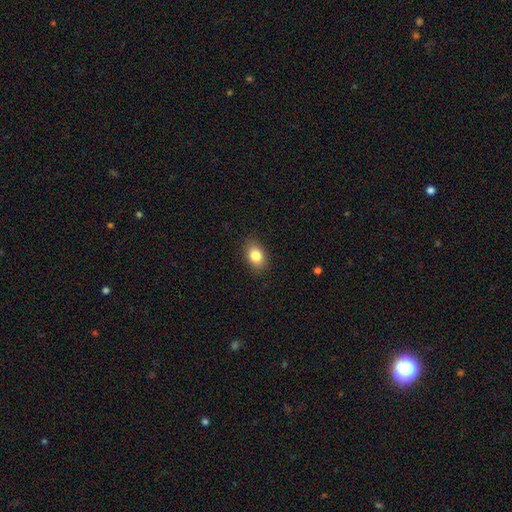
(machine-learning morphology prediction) Smooth or featured? Predicted: smooth (p=0.84). How rounded? Predicted: in between (p=0.80). Merging? Predicted: none (p=0.88).